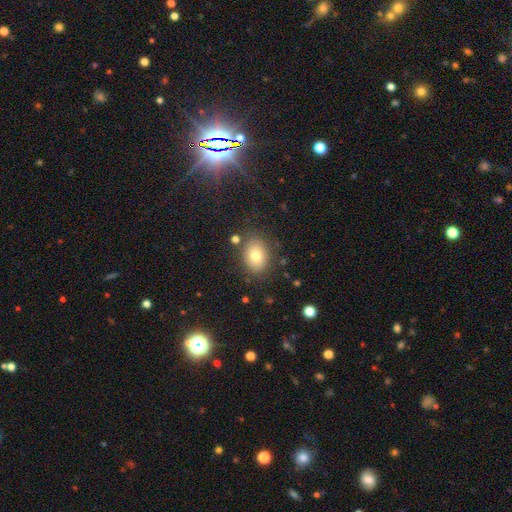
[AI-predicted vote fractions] Smooth or featured: smooth — 77% (featured or disk — 12%)
How rounded: in between — 70% (round — 29%)
Merging: none — 82% (minor disturbance — 11%)